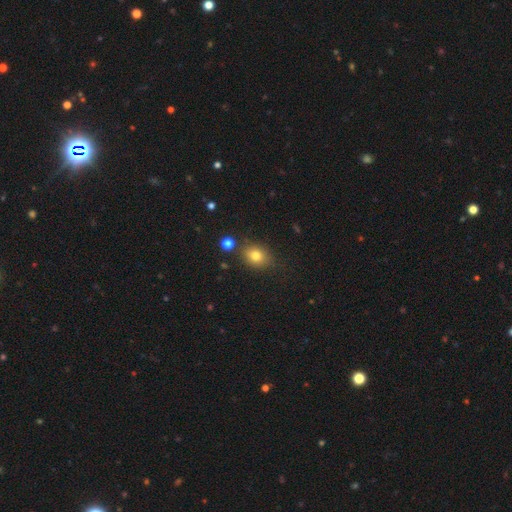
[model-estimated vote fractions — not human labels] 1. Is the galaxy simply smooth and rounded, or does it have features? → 78% smooth, 12% star or artifact, 10% featured or disk.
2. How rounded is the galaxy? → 50% round, 49% in between, 1% cigar-shaped.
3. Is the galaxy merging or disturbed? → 78% none, 14% minor disturbance, 5% merger, 4% major disturbance.